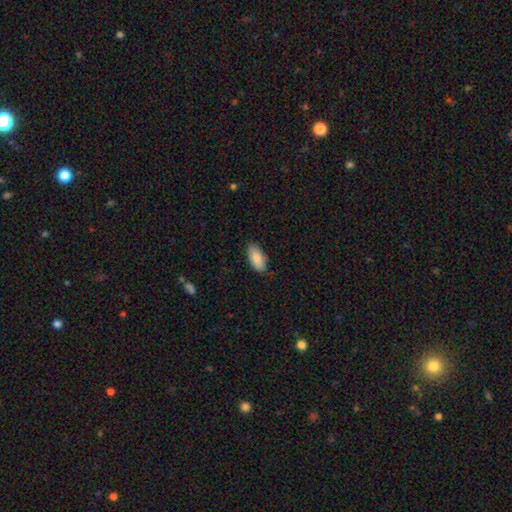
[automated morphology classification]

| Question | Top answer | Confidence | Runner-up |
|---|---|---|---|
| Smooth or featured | smooth | 86% | featured or disk (8%) |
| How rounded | in between | 91% | cigar-shaped (8%) |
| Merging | none | 84% | minor disturbance (13%) |